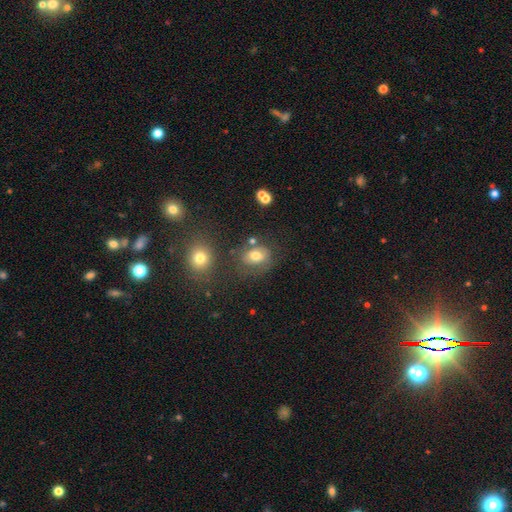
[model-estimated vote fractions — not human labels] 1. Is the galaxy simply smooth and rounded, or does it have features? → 65% smooth, 21% featured or disk, 14% star or artifact.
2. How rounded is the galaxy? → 54% in between, 45% round, 1% cigar-shaped.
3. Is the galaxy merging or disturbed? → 60% none, 20% minor disturbance, 11% major disturbance, 9% merger.